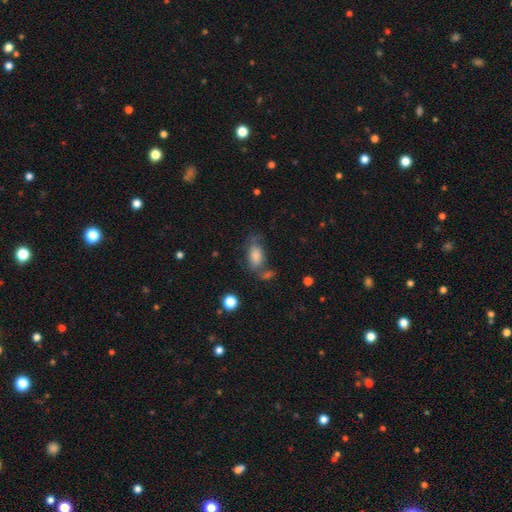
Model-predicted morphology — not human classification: A smooth galaxy with no disk features (77%) that is in between round and cigar-shaped (89%).

Vote fractions:
- Smooth or featured? smooth: 77% / featured or disk: 14% / star or artifact: 9%
- How rounded? in between: 89% / round: 7% / cigar-shaped: 4%
- Merging? none: 46% / minor disturbance: 24% / major disturbance: 15% / merger: 14%